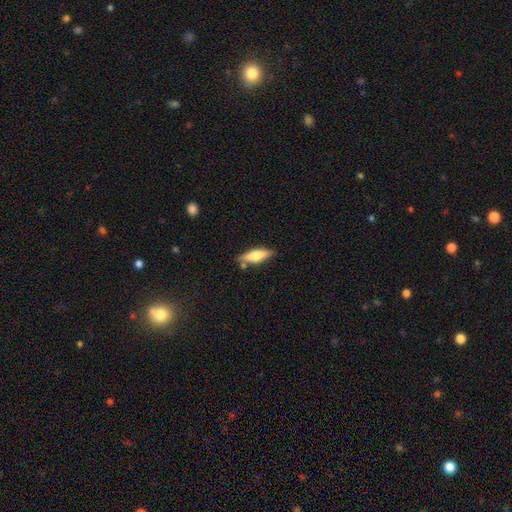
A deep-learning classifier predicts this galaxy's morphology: This appears to be a smooth galaxy with no disk features (53%) that is cigar-shaped (51%). Merging: none (77%).